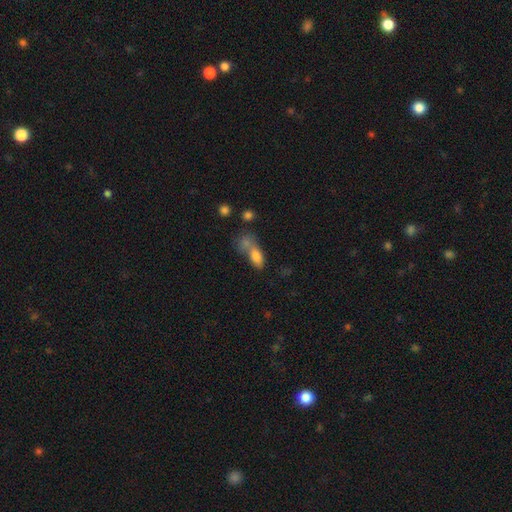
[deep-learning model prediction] Smooth or featured: smooth — 76% (featured or disk — 12%)
How rounded: in between — 81% (round — 9%)
Merging: merger — 49% (none — 30%)